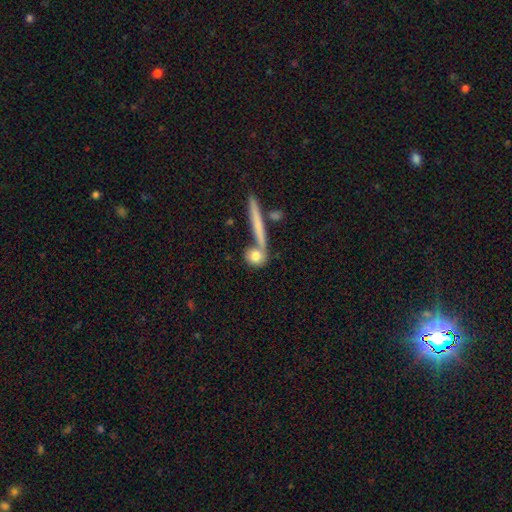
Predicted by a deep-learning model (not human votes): smooth 76%, featured or disk 17%, star or artifact 7%. Down the decision tree: how rounded — round (67%); merging — none (62%).